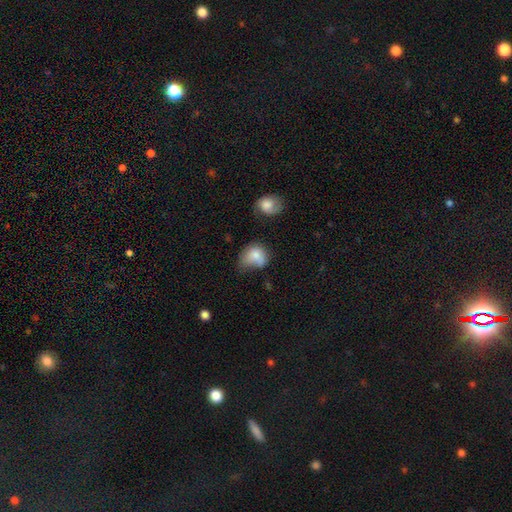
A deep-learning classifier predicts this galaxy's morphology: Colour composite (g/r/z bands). It shows a smooth galaxy with no disk features (74%) that is in between round and cigar-shaped (52%). Merging: minor disturbance (34%).